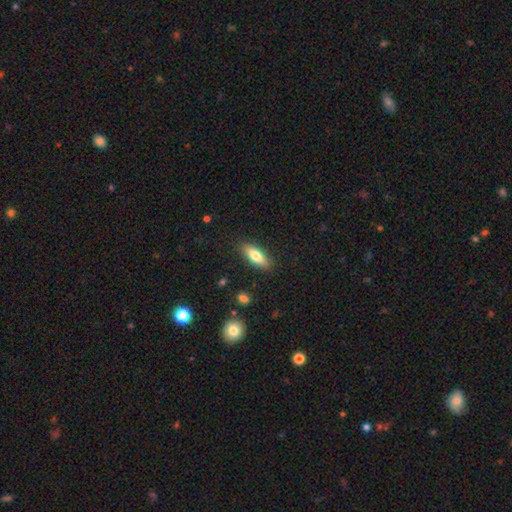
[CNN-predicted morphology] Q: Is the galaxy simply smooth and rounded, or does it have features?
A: smooth — 74%.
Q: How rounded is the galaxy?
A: in between — 65%.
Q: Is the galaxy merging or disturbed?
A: none — 87%.